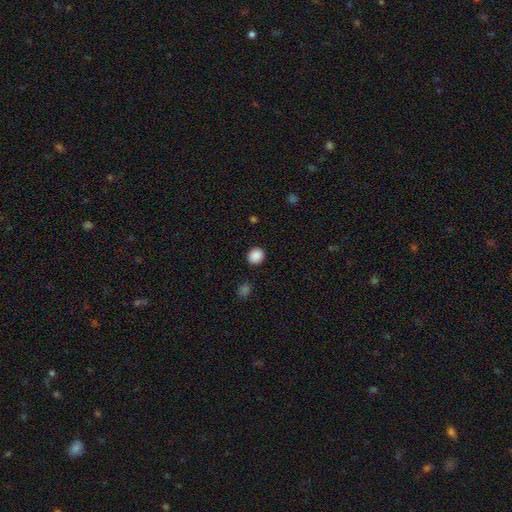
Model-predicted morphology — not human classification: Smooth or featured? smooth (88%)
How rounded? round (84%)
Merging? none (90%)